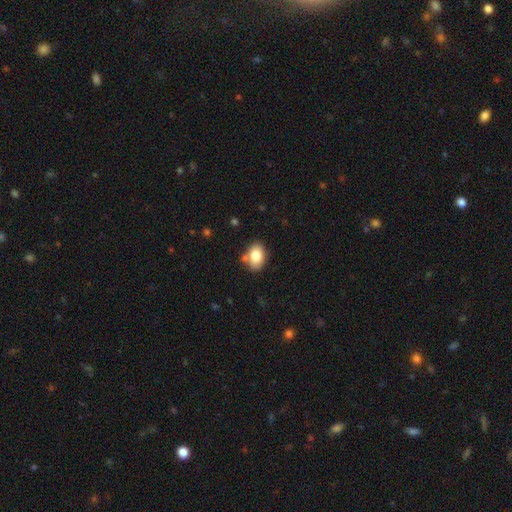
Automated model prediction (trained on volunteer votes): Smooth or featured?
  - smooth: 82% *
  - featured or disk: 10%
  - star or artifact: 8%
How rounded?
  - in between: 80% *
  - round: 19%
  - cigar-shaped: 1%
Merging?
  - none: 73% *
  - minor disturbance: 15%
  - merger: 9%
  - major disturbance: 3%